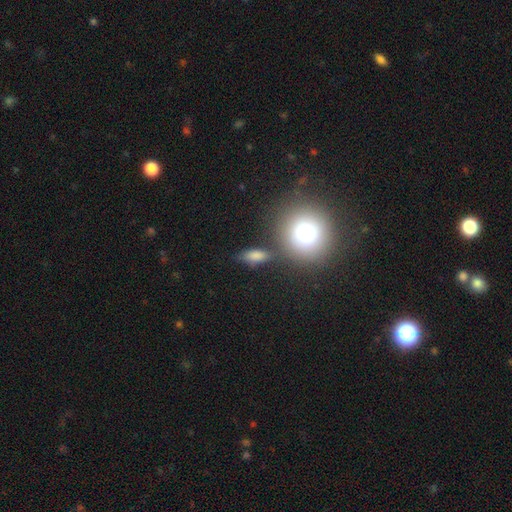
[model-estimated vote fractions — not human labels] smooth 76%, featured or disk 12%, star or artifact 12%. Down the decision tree: how rounded — in between (69%); merging — none (63%).